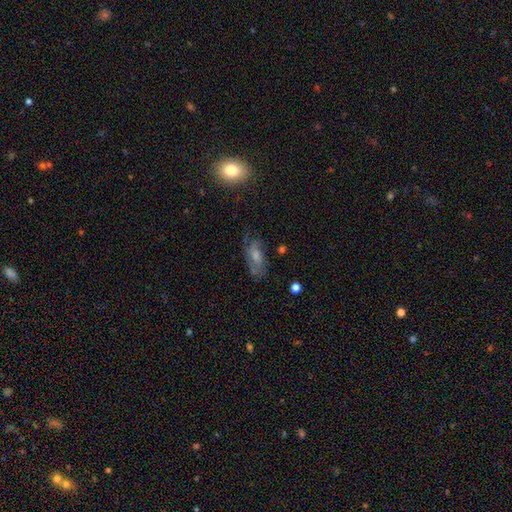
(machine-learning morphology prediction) This appears to be a featured or disk galaxy (48%). Merging: none (57%).